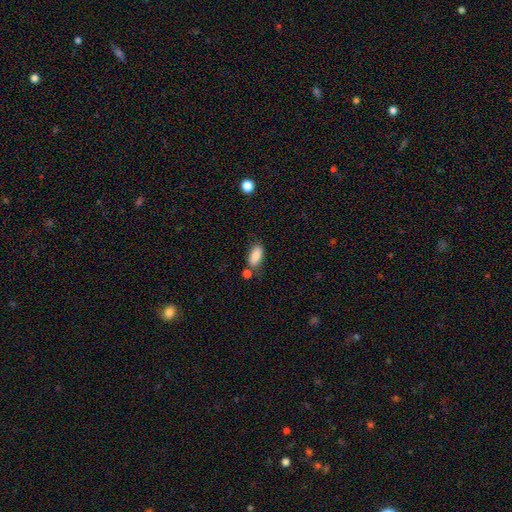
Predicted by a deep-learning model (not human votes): The model was most divided on "merging": none: 60%, minor disturbance: 18%, merger: 16%, major disturbance: 5%. More confident: how rounded — in between (87%); smooth or featured — smooth (85%).